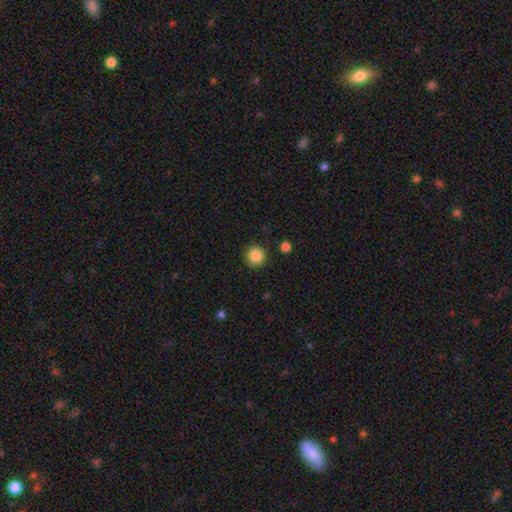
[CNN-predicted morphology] Smooth or featured: smooth — 86% (star or artifact — 10%)
How rounded: round — 95% (in between — 4%)
Merging: none — 90% (minor disturbance — 6%)